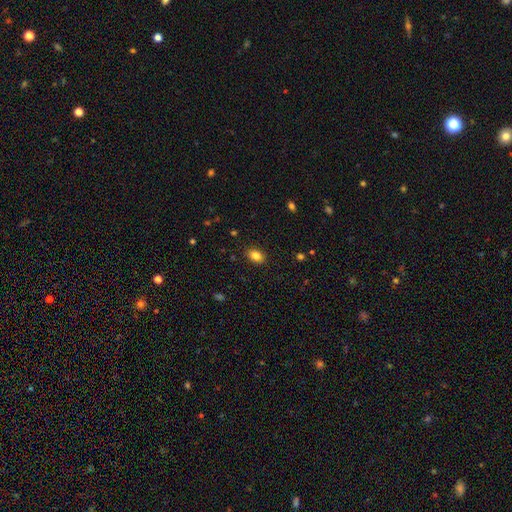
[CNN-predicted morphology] This appears to be a smooth galaxy with no disk features (84%) that is in between round and cigar-shaped (76%). Merging: none (88%).